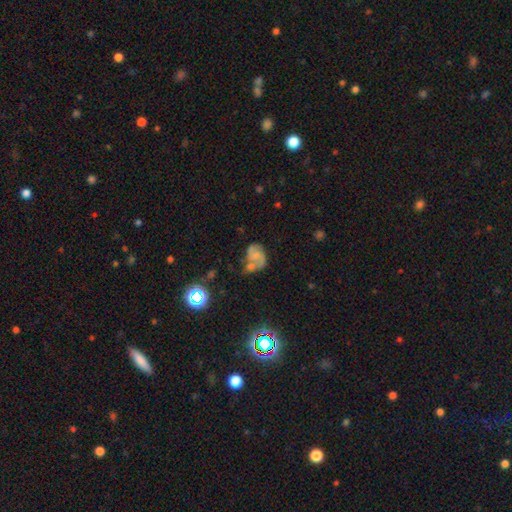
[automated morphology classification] This is possibly a featured or disk galaxy (55%). It is clearly not viewed edge-on (98%). Bar: likely no (68%). Spiral arm pattern: likely yes (78%). Central bulge: possibly none (48%). Merging: marginally merger (37%).